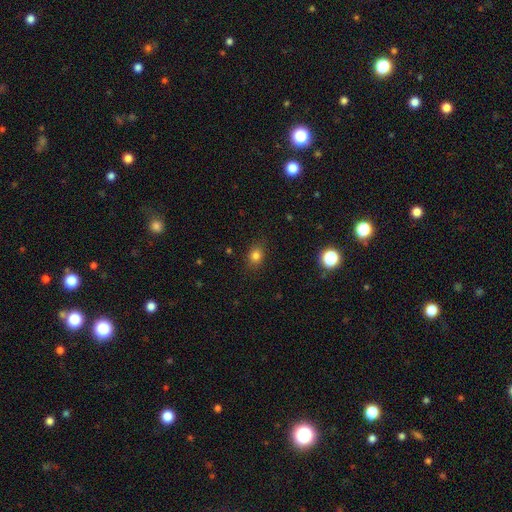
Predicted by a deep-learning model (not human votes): The model was most divided on "how rounded": round: 52%, in between: 47%, cigar-shaped: 1%. More confident: merging — none (85%); smooth or featured — smooth (80%).